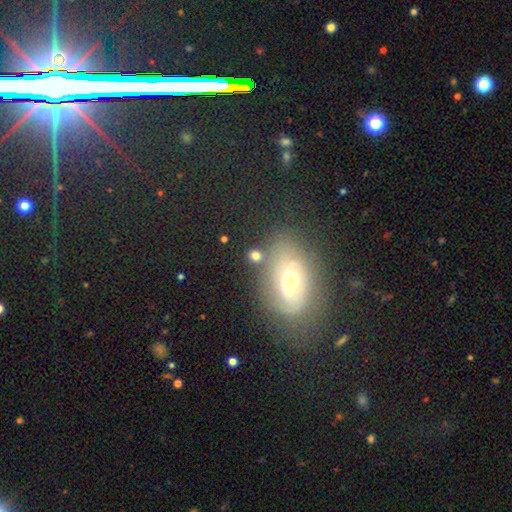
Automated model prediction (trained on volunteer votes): A smooth galaxy with no disk features (68%) that is round (60%).

Vote fractions:
- Smooth or featured? smooth: 68% / featured or disk: 17% / star or artifact: 15%
- How rounded? round: 60% / in between: 37% / cigar-shaped: 3%
- Merging? none: 72% / minor disturbance: 12% / merger: 10% / major disturbance: 6%